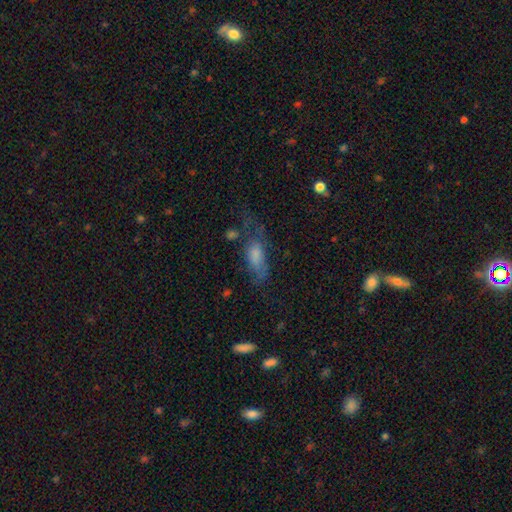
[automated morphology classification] Smooth or featured? smooth (65%)
How rounded? in between (73%)
Merging? none (35%)